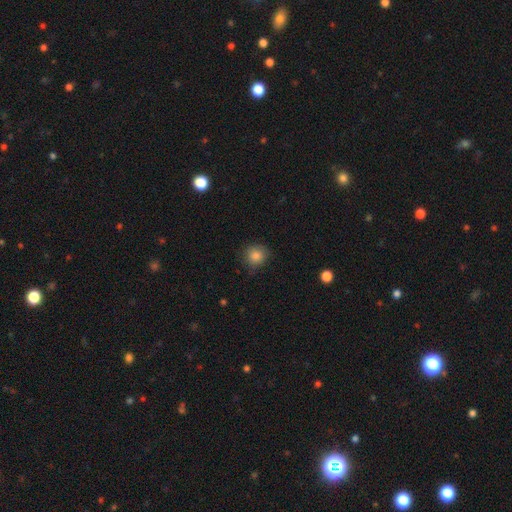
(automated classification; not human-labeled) Q: Smooth or featured?
A: smooth (85%); runner-up: star or artifact (10%)
Q: How rounded?
A: round (89%); runner-up: in between (10%)
Q: Merging?
A: none (82%); runner-up: minor disturbance (14%)